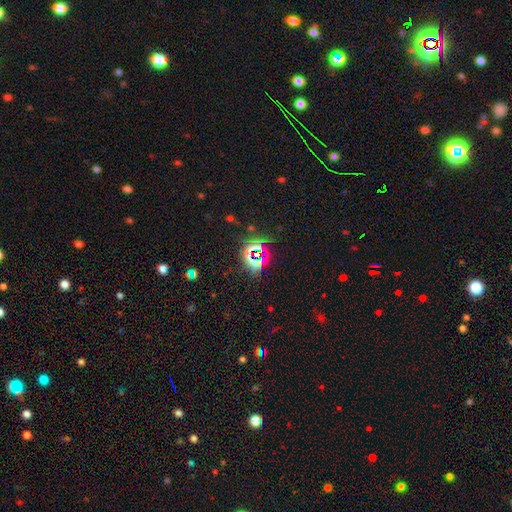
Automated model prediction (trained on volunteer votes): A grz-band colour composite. It shows a star or artifact, not a galaxy (76%).